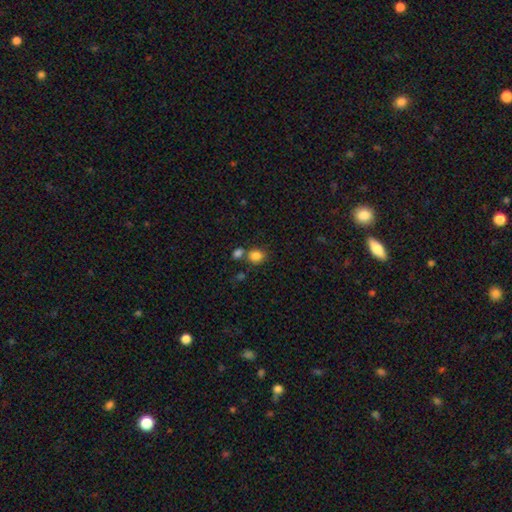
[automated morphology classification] type=smooth (84%); roundness=round (67%); merging=none (62%).